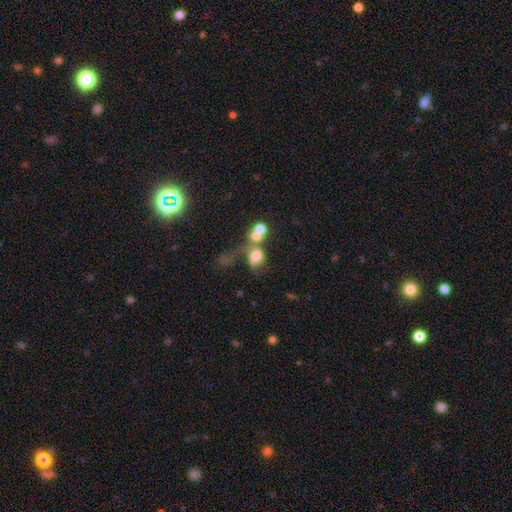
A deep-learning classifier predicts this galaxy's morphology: Smooth or featured? Predicted: smooth (p=0.58). How rounded? Predicted: round (p=0.54). Merging? Predicted: merger (p=0.54).